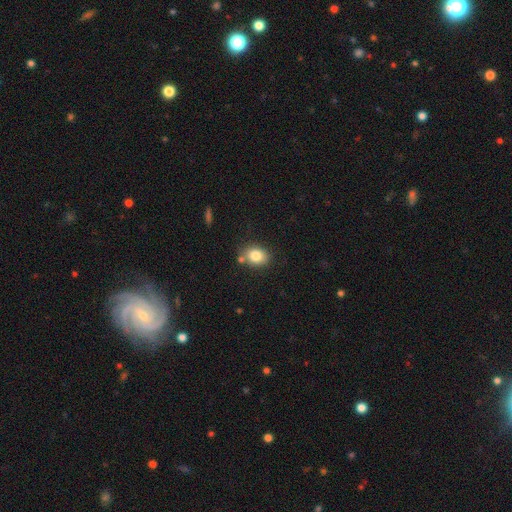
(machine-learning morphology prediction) This is clearly a smooth galaxy (82%). How rounded: possibly in between (57%). Merging: likely none (75%).